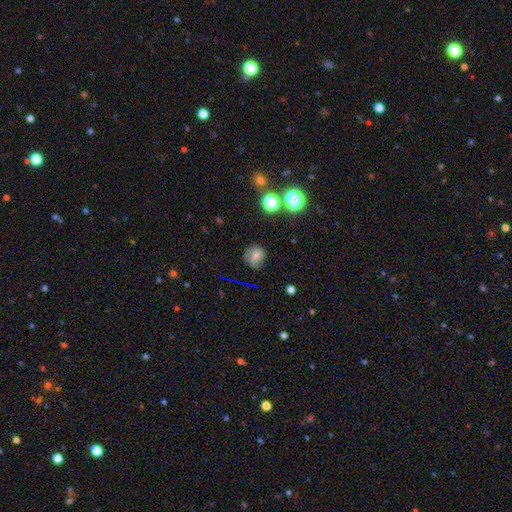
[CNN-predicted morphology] smooth-or-featured: smooth: 62% | featured or disk: 22% | star or artifact: 17%
  how-rounded: round: 76% | in between: 22% | cigar-shaped: 1%
  merging: none: 62% | minor disturbance: 24% | major disturbance: 11% | merger: 2%